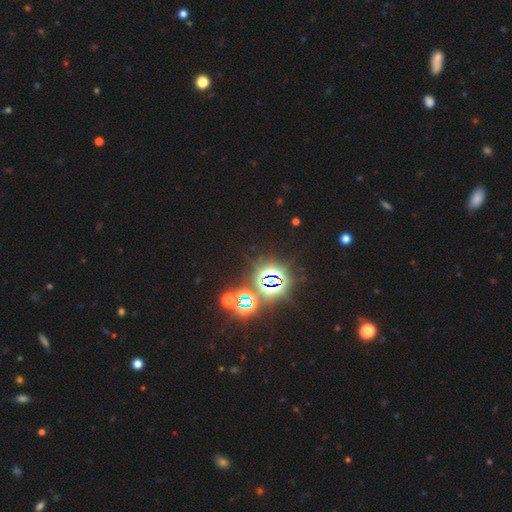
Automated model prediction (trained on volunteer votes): This is clearly a star or artifact rather than a galaxy (83%).